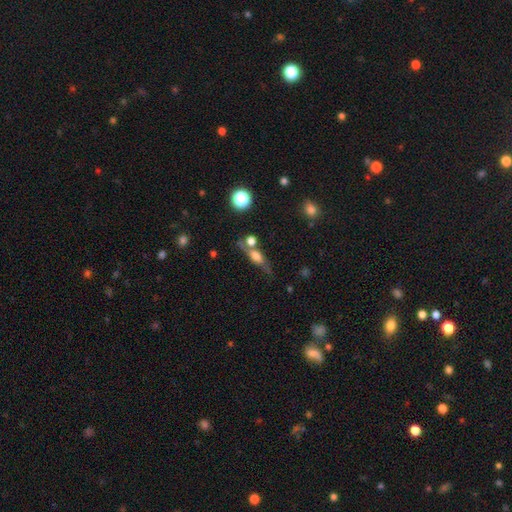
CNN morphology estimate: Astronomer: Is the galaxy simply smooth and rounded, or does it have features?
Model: smooth — 45% (runner-up: featured or disk, 43%).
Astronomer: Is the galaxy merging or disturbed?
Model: none — 53%.